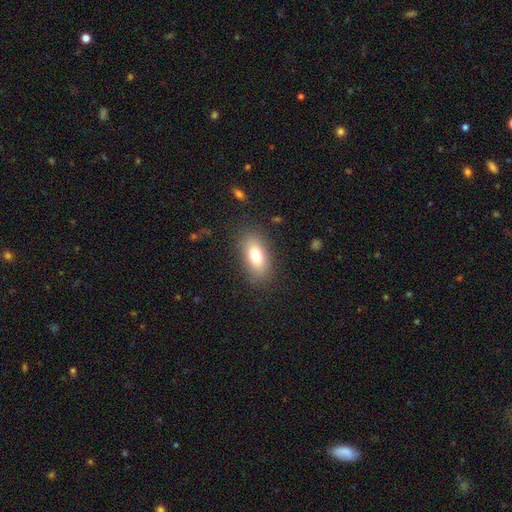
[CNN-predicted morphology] A smooth galaxy with no disk features (75%) that is in between round and cigar-shaped (87%).

Vote fractions:
- Smooth or featured? smooth: 75% / featured or disk: 16% / star or artifact: 9%
- How rounded? in between: 87% / cigar-shaped: 7% / round: 6%
- Merging? none: 84% / minor disturbance: 11% / major disturbance: 4% / merger: 1%